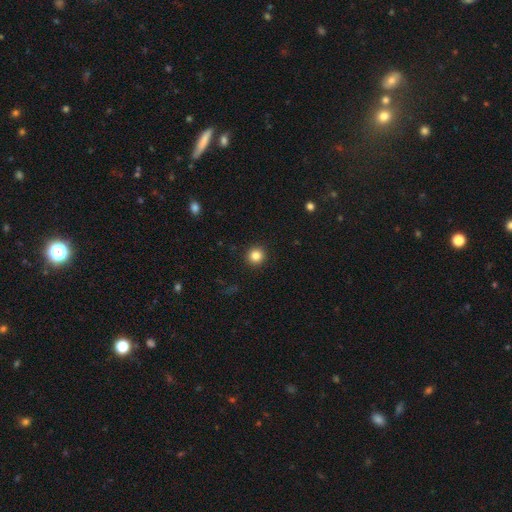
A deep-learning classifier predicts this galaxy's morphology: smooth_or_featured: smooth (p=0.83) [alt: star or artifact p=0.11]
how_rounded: round (p=0.95) [alt: in between p=0.04]
merging: none (p=0.93) [alt: minor disturbance p=0.05]